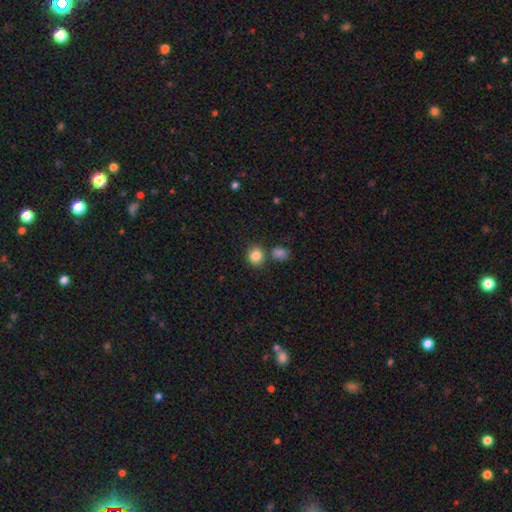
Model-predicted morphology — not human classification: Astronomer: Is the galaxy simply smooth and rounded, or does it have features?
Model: smooth — 84%.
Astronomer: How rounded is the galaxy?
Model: round — 83%.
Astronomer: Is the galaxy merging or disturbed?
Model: none — 75%.